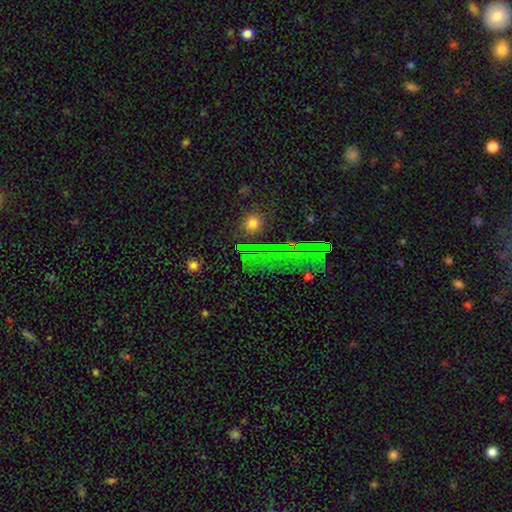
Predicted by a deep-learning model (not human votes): Q: Smooth or featured?
A: star or artifact (71%); runner-up: featured or disk (16%)